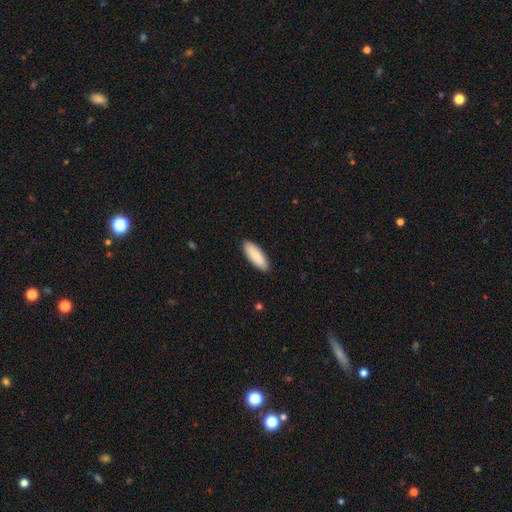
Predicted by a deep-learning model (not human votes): Overall: smooth (87%). How rounded: in between (67%; cigar-shaped 32%). Merging: none (90%).